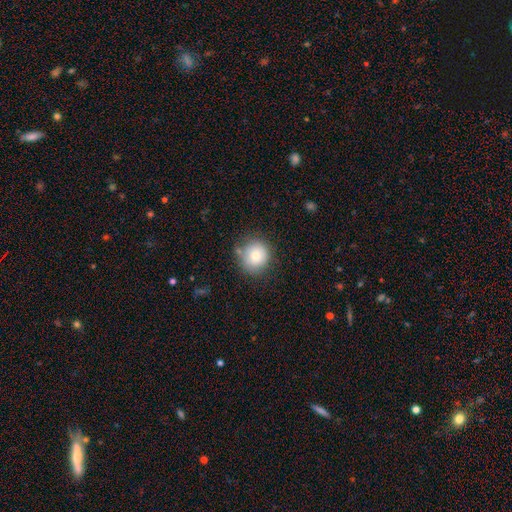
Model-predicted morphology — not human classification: This appears to be a smooth galaxy with no disk features (78%) that is round (90%). Merging: none (77%).